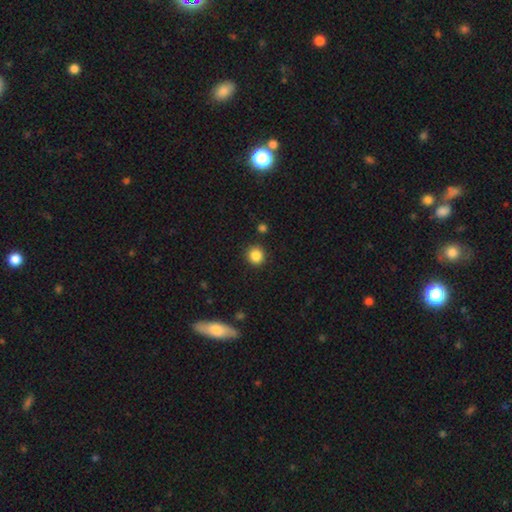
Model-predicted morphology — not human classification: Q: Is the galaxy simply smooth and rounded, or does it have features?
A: smooth — 85%.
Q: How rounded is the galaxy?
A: round — 91%.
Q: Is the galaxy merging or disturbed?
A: none — 90%.